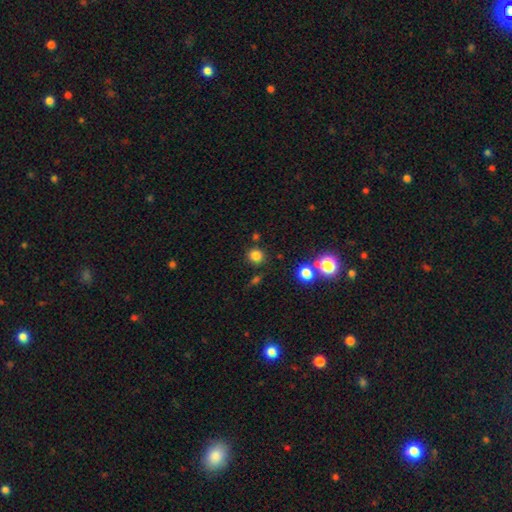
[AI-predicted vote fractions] smooth_or_featured: smooth (p=0.80) [alt: star or artifact p=0.15]
how_rounded: round (p=0.88) [alt: in between p=0.11]
merging: none (p=0.84) [alt: minor disturbance p=0.08]